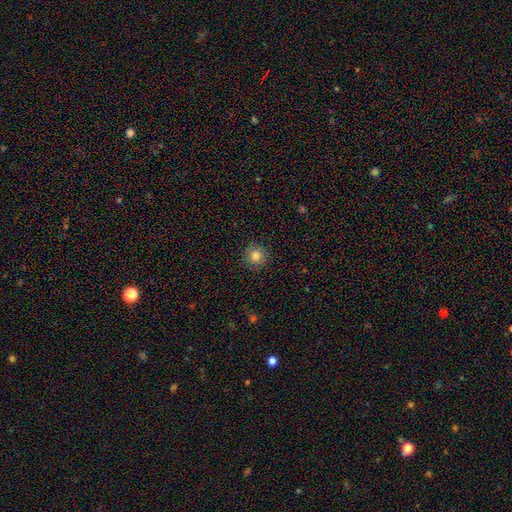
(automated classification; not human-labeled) Smooth or featured?
  - smooth: 80% *
  - star or artifact: 12%
  - featured or disk: 8%
How rounded?
  - round: 92% *
  - in between: 7%
  - cigar-shaped: 1%
Merging?
  - none: 88% *
  - minor disturbance: 9%
  - major disturbance: 3%
  - merger: 1%